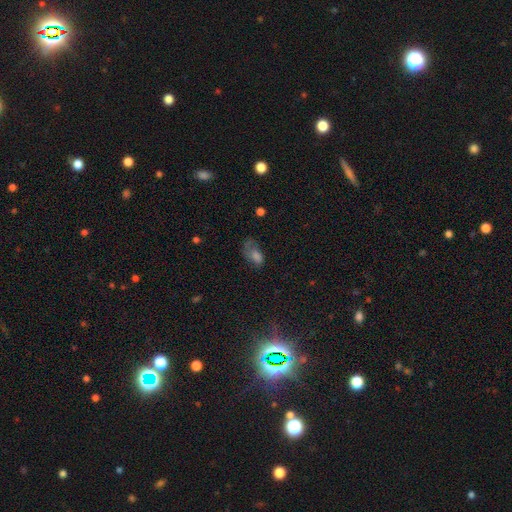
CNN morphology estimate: smooth_or_featured: smooth (p=0.51) [alt: star or artifact p=0.25]
how_rounded: in between (p=0.83) [alt: round p=0.13]
merging: none (p=0.38) [alt: major disturbance p=0.33]